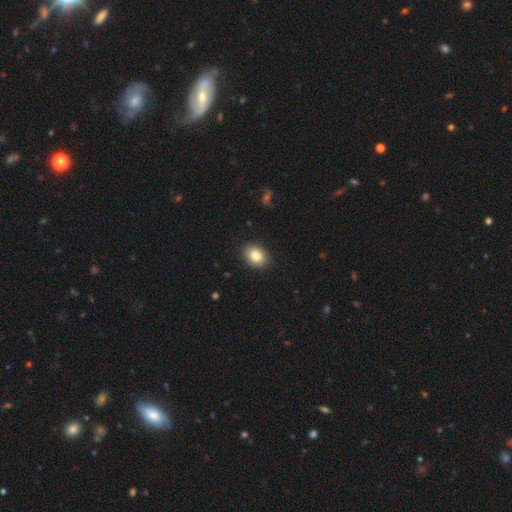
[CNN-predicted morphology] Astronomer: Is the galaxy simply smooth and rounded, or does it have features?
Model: smooth — 85%.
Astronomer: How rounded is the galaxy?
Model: in between — 68%.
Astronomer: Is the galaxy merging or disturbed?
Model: none — 90%.